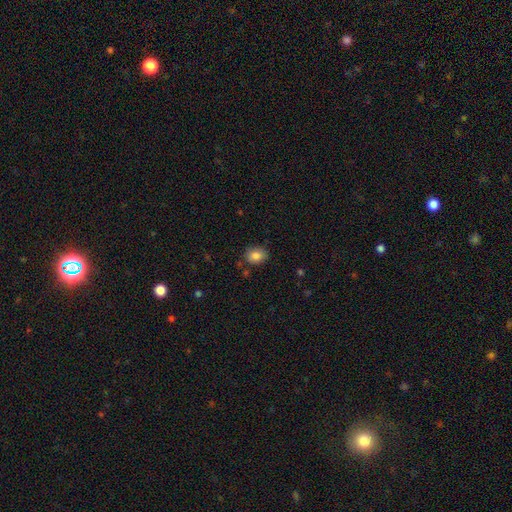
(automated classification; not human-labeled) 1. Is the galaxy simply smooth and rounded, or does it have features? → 85% smooth, 9% star or artifact, 6% featured or disk.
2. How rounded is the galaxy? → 56% in between, 43% round, 1% cigar-shaped.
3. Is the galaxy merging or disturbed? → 82% none, 13% minor disturbance, 3% major disturbance, 3% merger.